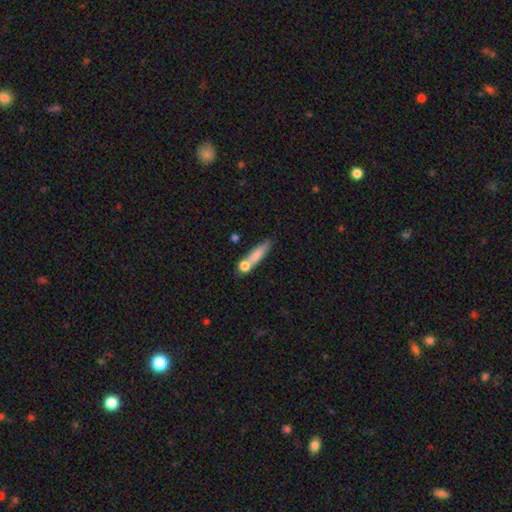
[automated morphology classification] A smooth galaxy with no disk features (71%) that is cigar-shaped (72%). Merging: none (53%).